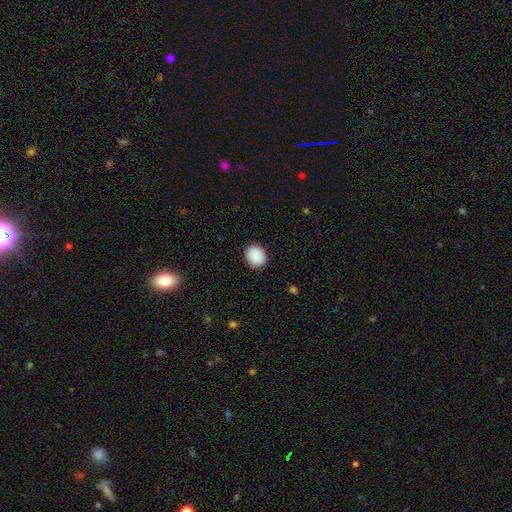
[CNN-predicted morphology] Smooth or featured? smooth (90%)
How rounded? round (60%)
Merging? none (90%)